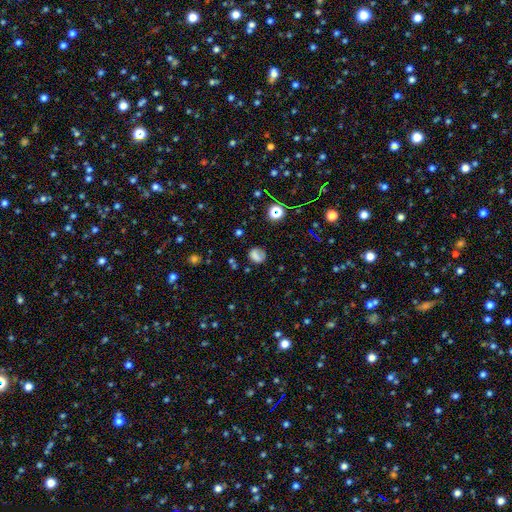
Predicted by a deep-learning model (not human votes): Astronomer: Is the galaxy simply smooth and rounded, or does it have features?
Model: smooth — 66%.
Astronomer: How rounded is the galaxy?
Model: round — 63%.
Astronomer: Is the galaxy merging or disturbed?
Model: none — 63%.